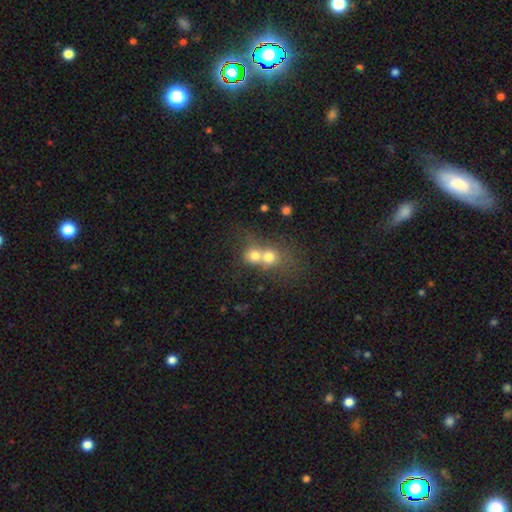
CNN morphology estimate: smooth 68%, featured or disk 19%, star or artifact 13%. Down the decision tree: how rounded — round (75%); merging — merger (69%).